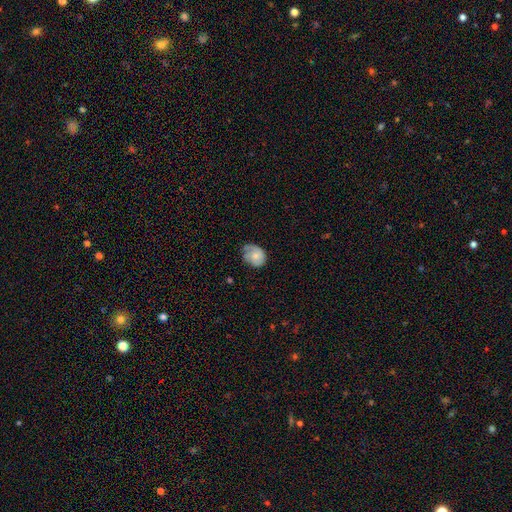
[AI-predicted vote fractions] Morphology: type=smooth (57%); roundness=in between (55%); merging=none (48%).